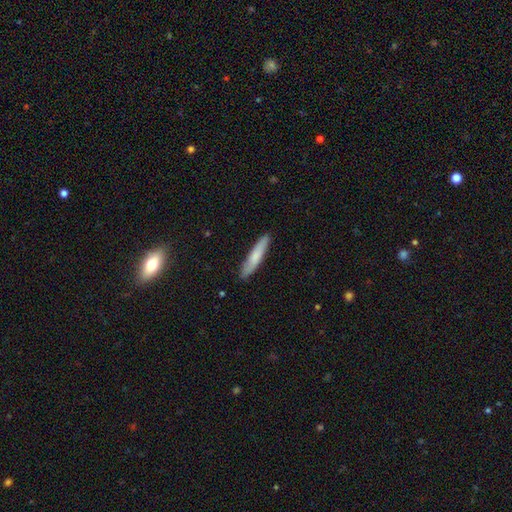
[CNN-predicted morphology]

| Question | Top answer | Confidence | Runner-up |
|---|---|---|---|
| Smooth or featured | smooth | 72% | featured or disk (23%) |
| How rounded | cigar-shaped | 91% | in between (8%) |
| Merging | none | 88% | minor disturbance (9%) |